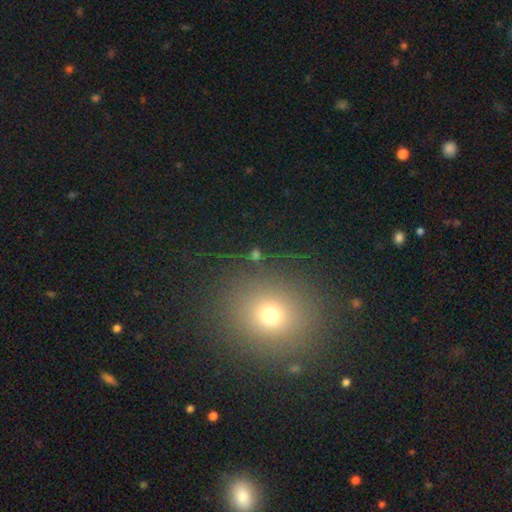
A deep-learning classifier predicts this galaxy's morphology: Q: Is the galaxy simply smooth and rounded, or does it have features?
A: smooth — 54%.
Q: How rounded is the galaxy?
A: round — 78%.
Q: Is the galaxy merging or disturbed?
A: none — 82%.